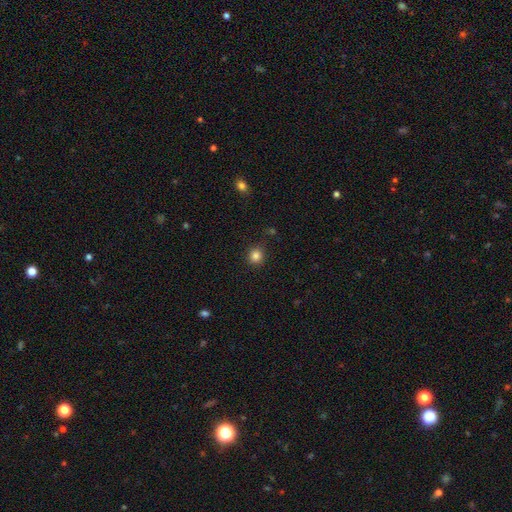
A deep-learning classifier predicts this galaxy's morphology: Overall: smooth (83%). How rounded: round (89%). Merging: none (87%).